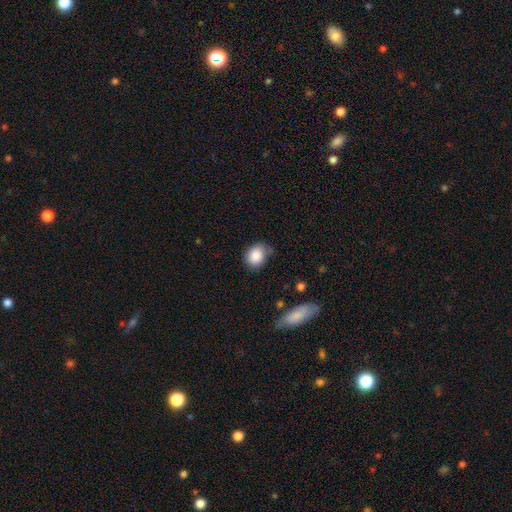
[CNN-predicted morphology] Smooth or featured?
  - smooth: 86% *
  - star or artifact: 8%
  - featured or disk: 6%
How rounded?
  - round: 56% *
  - in between: 43%
  - cigar-shaped: 1%
Merging?
  - none: 61% *
  - minor disturbance: 29%
  - major disturbance: 7%
  - merger: 3%